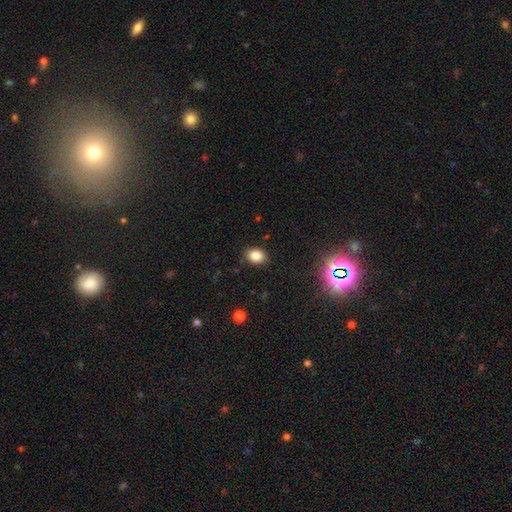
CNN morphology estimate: smooth 84%, star or artifact 11%, featured or disk 5%. Down the decision tree: how rounded — in between (63%); merging — none (86%).